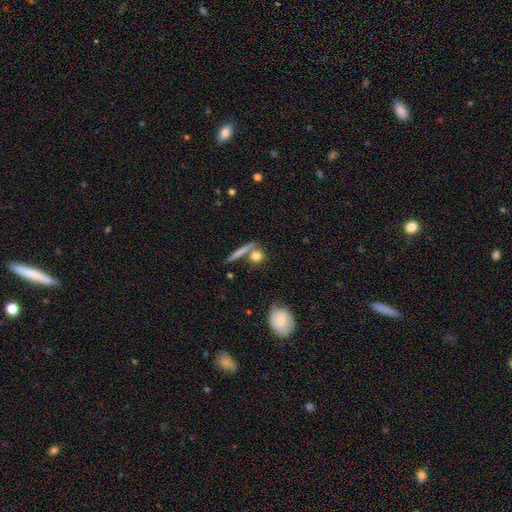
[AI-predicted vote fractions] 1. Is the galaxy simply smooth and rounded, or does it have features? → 74% smooth, 17% featured or disk, 9% star or artifact.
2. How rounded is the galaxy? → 67% round, 19% cigar-shaped, 14% in between.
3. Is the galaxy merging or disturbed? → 68% none, 19% merger, 9% minor disturbance, 4% major disturbance.